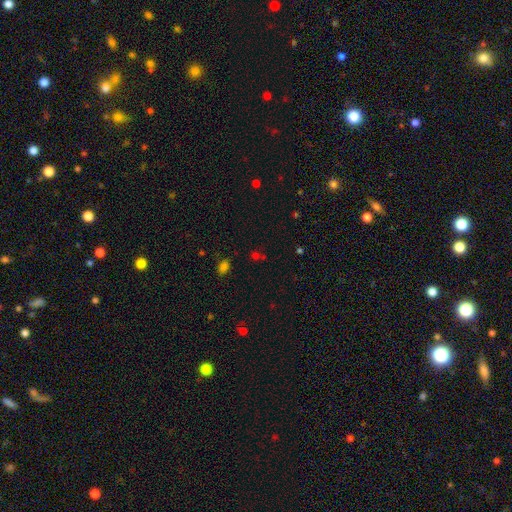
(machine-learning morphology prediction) A smooth galaxy with no disk features (49%). Merging: none (70%).